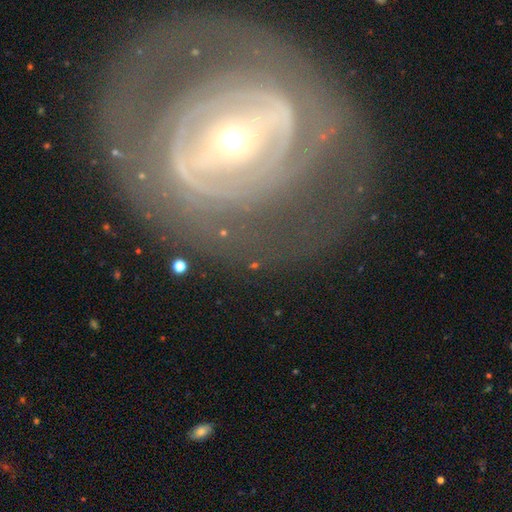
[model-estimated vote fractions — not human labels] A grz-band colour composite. It shows a featured or disk galaxy (80%) with a strong bar (42%), spiral arms (64%) and a small central bulge (65%). Merging: none (71%).